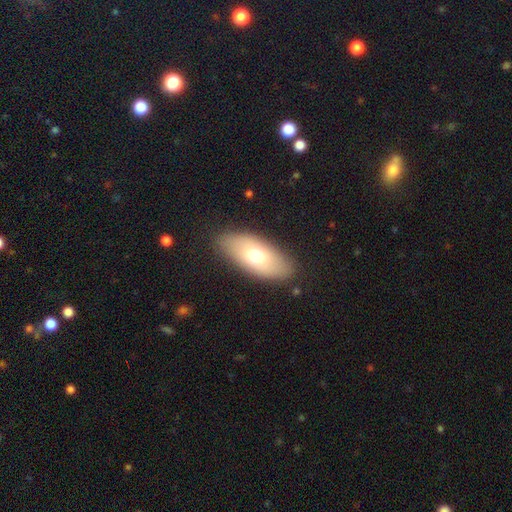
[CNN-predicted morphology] A smooth galaxy with no disk features (68%) that is in between round and cigar-shaped (87%). Merging: none (84%).